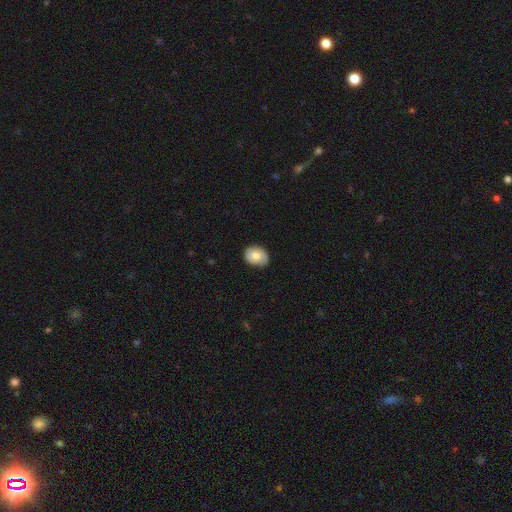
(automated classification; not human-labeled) The model was most divided on "how rounded": in between: 60%, round: 39%, cigar-shaped: 1%. More confident: merging — none (80%); smooth or featured — smooth (67%).